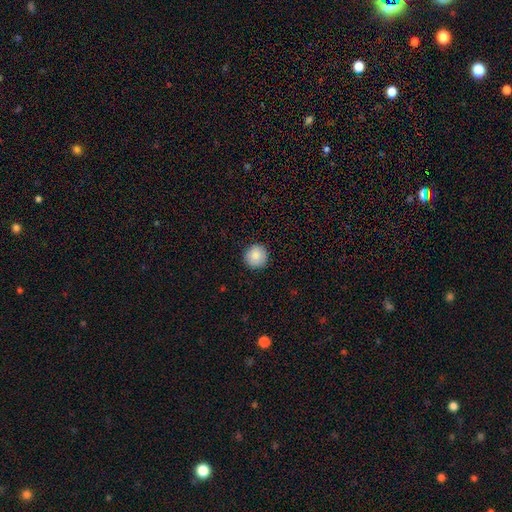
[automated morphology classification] A smooth galaxy with no disk features (88%) that is round (95%).

Vote fractions:
- Smooth or featured? smooth: 88% / star or artifact: 8% / featured or disk: 4%
- How rounded? round: 95% / in between: 4% / cigar-shaped: 1%
- Merging? none: 91% / minor disturbance: 6% / major disturbance: 2% / merger: 1%